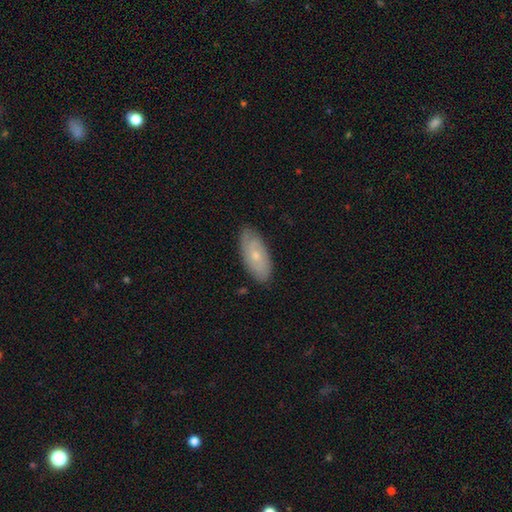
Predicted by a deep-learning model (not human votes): Smooth or featured: featured or disk — 54% (smooth — 40%)
Edge-on disk: no — 89% (yes — 11%)
Merging: none — 81% (minor disturbance — 15%)